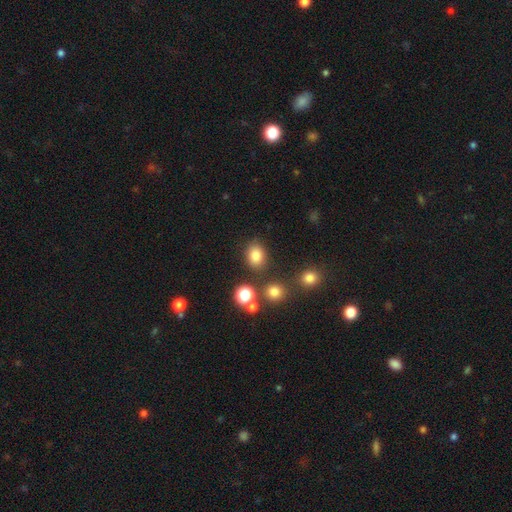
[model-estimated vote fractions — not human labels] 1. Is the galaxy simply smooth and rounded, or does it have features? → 81% smooth, 13% star or artifact, 6% featured or disk.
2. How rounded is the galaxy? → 54% in between, 45% round, 1% cigar-shaped.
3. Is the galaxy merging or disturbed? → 79% none, 11% minor disturbance, 6% merger, 4% major disturbance.